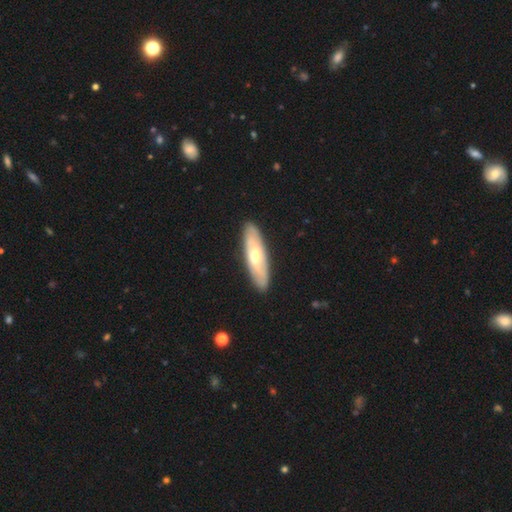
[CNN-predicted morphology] This appears to be a featured or disk galaxy (60%). Merging: none (88%).